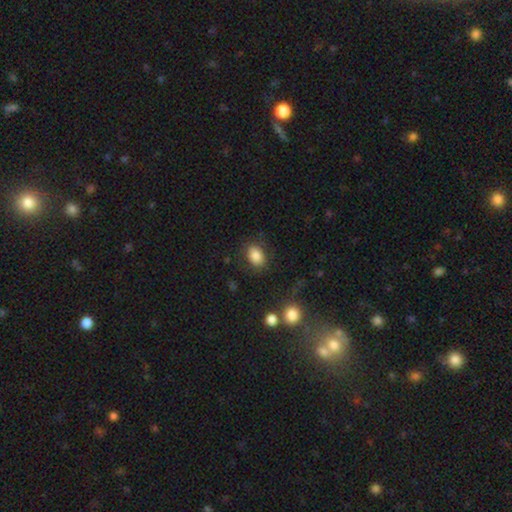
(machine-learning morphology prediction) smooth_or_featured: smooth (p=0.84) [alt: star or artifact p=0.09]
how_rounded: in between (p=0.76) [alt: round p=0.23]
merging: none (p=0.81) [alt: minor disturbance p=0.12]